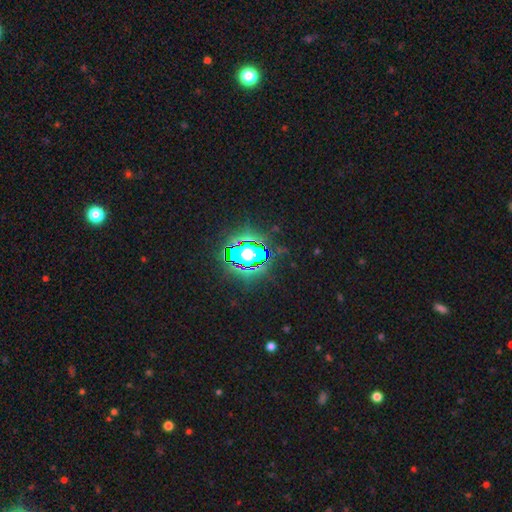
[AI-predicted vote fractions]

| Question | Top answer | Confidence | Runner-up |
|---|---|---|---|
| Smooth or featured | star or artifact | 82% | smooth (10%) |